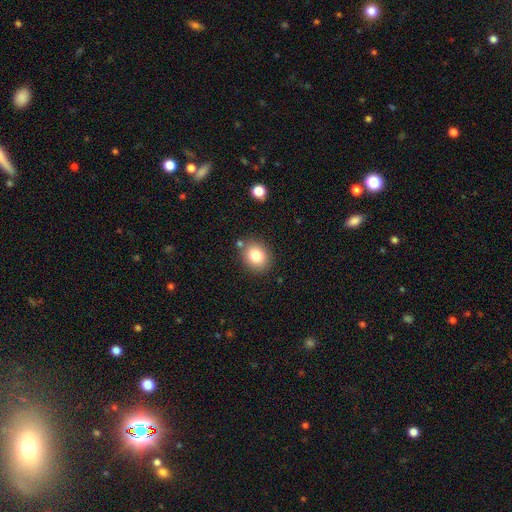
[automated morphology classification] Smooth or featured: smooth — 82% (star or artifact — 9%)
How rounded: round — 56% (in between — 43%)
Merging: none — 81% (minor disturbance — 11%)